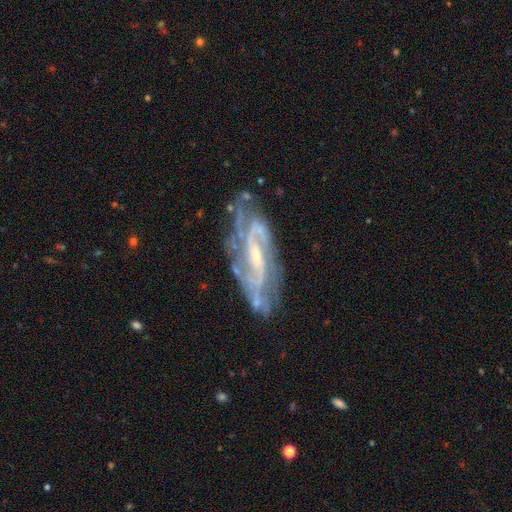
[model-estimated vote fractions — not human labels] featured or disk 88%, smooth 6%, star or artifact 6%. Down the decision tree: edge-on disk — no (90%); bar — weak (43%); spiral arms — yes (96%); spiral arm count — 2 (58%); spiral winding — medium (46%); bulge size — small (61%); merging — none (71%).